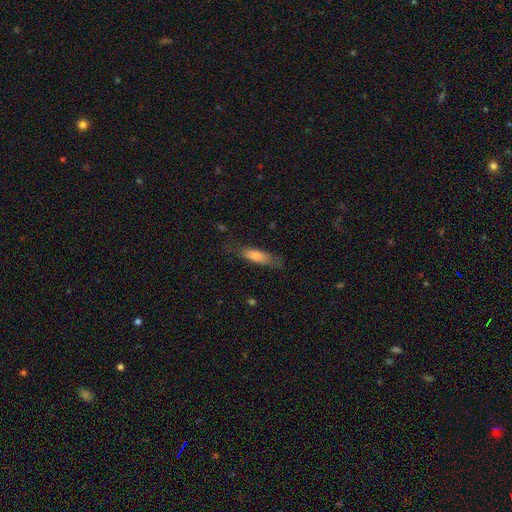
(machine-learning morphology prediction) The model was most divided on "how rounded": cigar-shaped: 51%, in between: 47%, round: 2%. More confident: smooth or featured — smooth (77%); merging — none (63%).